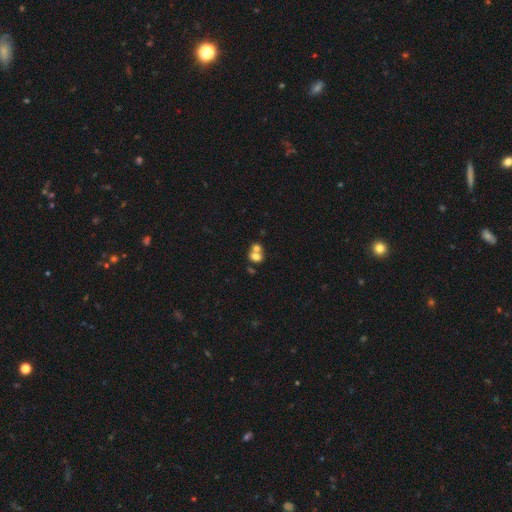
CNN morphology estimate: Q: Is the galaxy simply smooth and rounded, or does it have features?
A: smooth — 72%.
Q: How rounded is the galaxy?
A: round — 53%.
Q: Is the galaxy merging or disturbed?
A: merger — 62%.